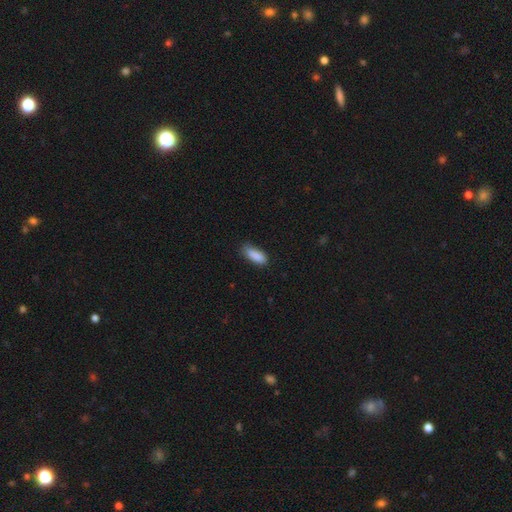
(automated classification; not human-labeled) Morphology: type=smooth (88%); roundness=in between (71%); merging=none (71%).